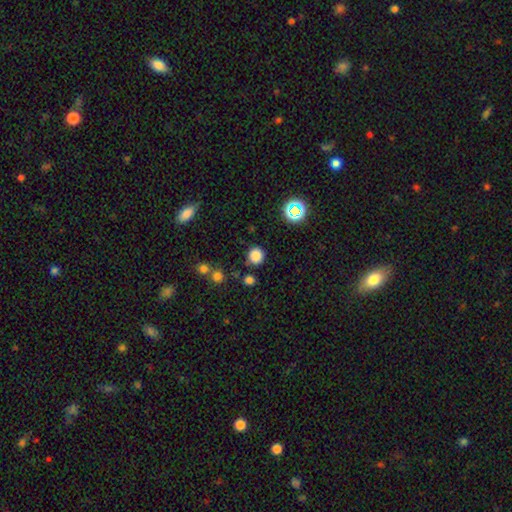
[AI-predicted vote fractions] smooth 80%, star or artifact 16%, featured or disk 4%. Down the decision tree: how rounded — round (91%); merging — none (84%).